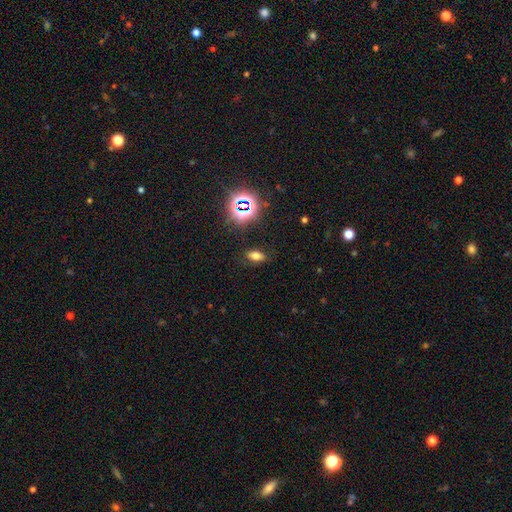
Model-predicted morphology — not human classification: Q: Smooth or featured?
A: smooth (65%); runner-up: star or artifact (24%)
Q: How rounded?
A: in between (83%); runner-up: round (9%)
Q: Merging?
A: none (85%); runner-up: minor disturbance (10%)